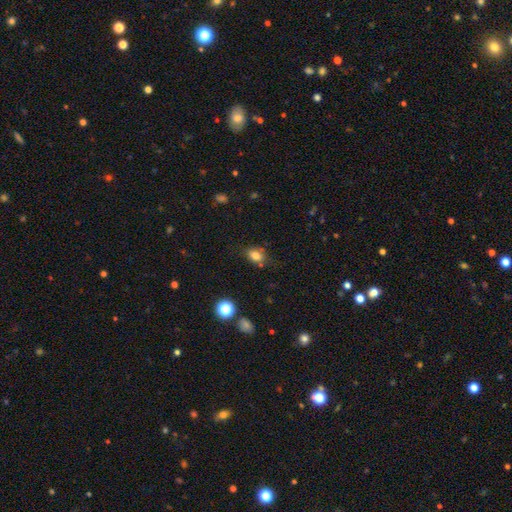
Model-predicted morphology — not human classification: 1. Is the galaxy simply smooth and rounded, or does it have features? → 80% smooth, 12% star or artifact, 8% featured or disk.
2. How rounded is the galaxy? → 66% in between, 33% round, 2% cigar-shaped.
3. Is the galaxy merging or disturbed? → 71% none, 18% minor disturbance, 6% merger, 4% major disturbance.